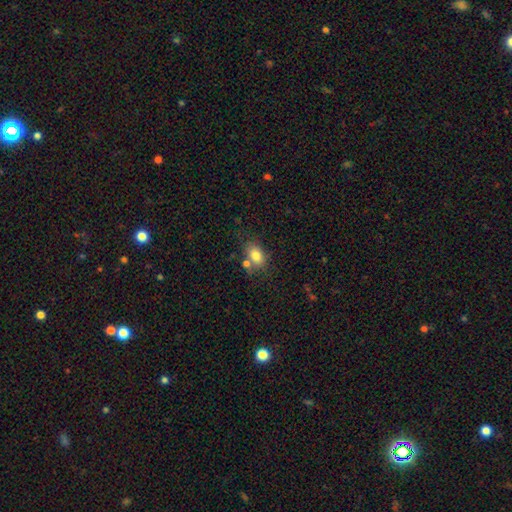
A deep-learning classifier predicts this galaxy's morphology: Smooth or featured?
  - smooth: 80% *
  - featured or disk: 11%
  - star or artifact: 9%
How rounded?
  - in between: 78% *
  - round: 21%
  - cigar-shaped: 2%
Merging?
  - none: 59% *
  - merger: 20%
  - minor disturbance: 16%
  - major disturbance: 5%